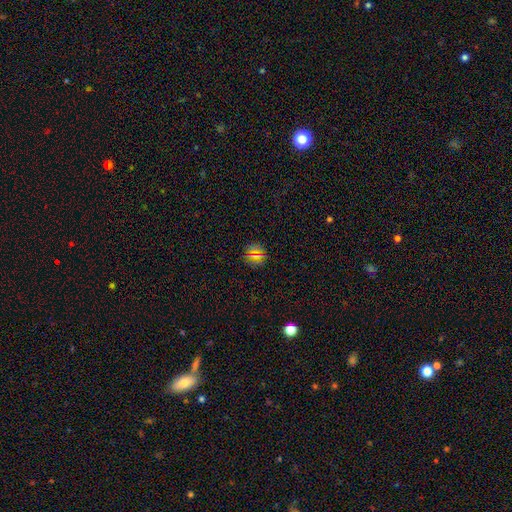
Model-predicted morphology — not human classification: This appears to be a smooth galaxy with no disk features (62%) that is round (85%). Merging: none (85%).